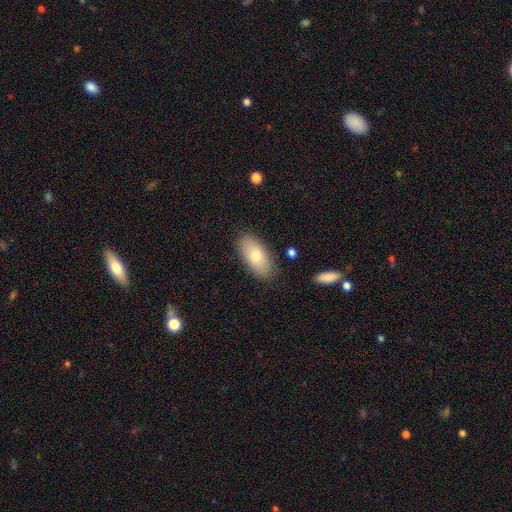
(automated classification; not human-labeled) The model was most divided on "smooth or featured": smooth: 75%, featured or disk: 18%, star or artifact: 6%. More confident: how rounded — in between (92%); merging — none (85%).